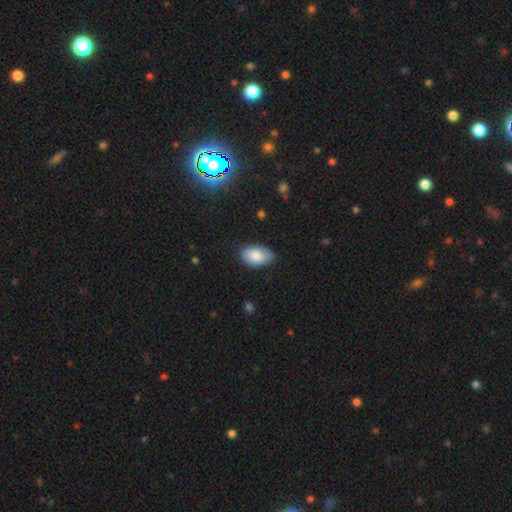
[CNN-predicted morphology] smooth_or_featured: smooth (p=0.83) [alt: featured or disk p=0.10]
how_rounded: in between (p=0.93) [alt: round p=0.06]
merging: none (p=0.72) [alt: minor disturbance p=0.23]